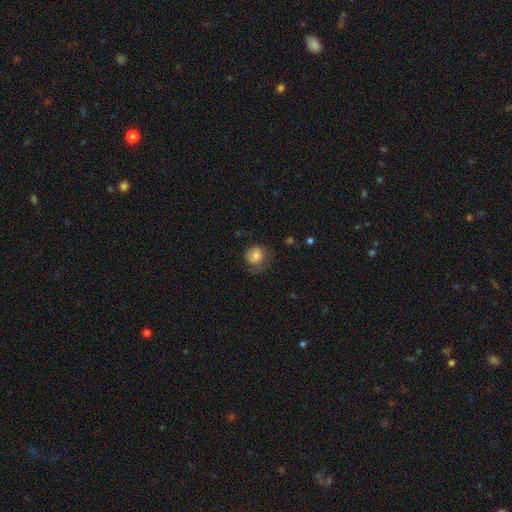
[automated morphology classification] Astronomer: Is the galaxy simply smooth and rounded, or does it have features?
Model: smooth — 72%.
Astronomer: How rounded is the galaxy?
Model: round — 77%.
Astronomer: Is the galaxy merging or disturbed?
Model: none — 53%.